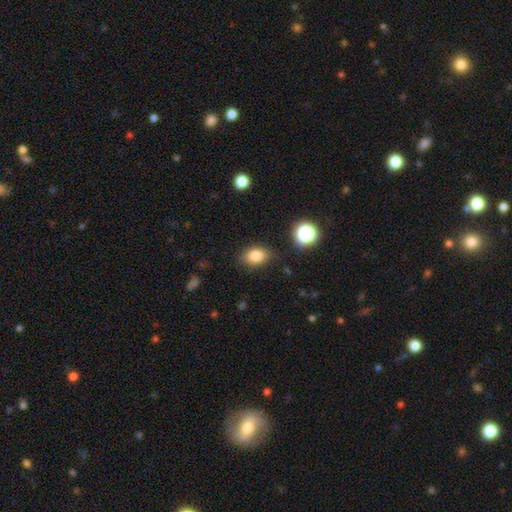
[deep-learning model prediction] smooth-or-featured: smooth: 82% | star or artifact: 12% | featured or disk: 7%
  how-rounded: in between: 74% | round: 25% | cigar-shaped: 1%
  merging: none: 81% | minor disturbance: 14% | major disturbance: 4% | merger: 2%